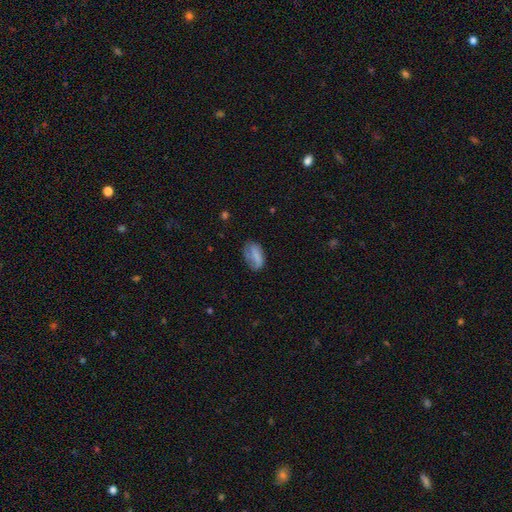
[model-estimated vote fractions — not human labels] A smooth galaxy with no disk features (66%) that is in between round and cigar-shaped (89%). Merging: none (53%).